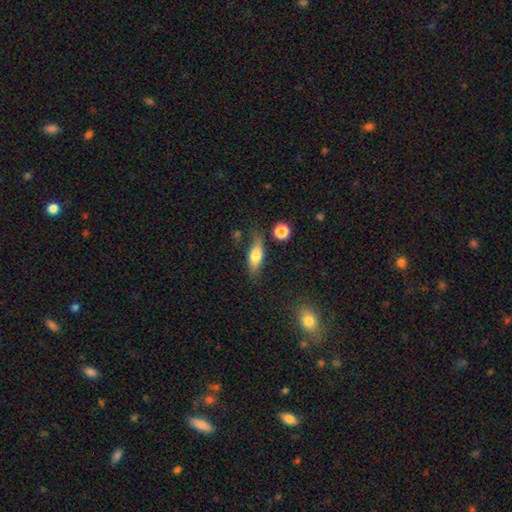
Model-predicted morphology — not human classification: This is likely a smooth galaxy (62%). How rounded: likely in between (65%). Merging: likely none (64%).